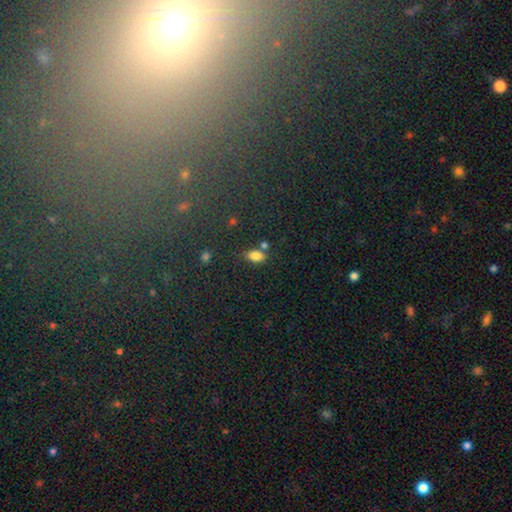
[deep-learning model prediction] Smooth or featured?
  - smooth: 83% *
  - star or artifact: 11%
  - featured or disk: 6%
How rounded?
  - in between: 88% *
  - round: 8%
  - cigar-shaped: 4%
Merging?
  - none: 68% *
  - minor disturbance: 15%
  - merger: 13%
  - major disturbance: 4%